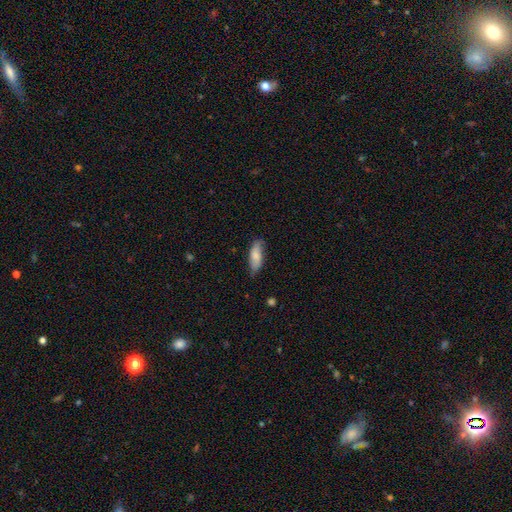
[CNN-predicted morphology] Smooth or featured? smooth (78%)
How rounded? in between (70%)
Merging? none (71%)